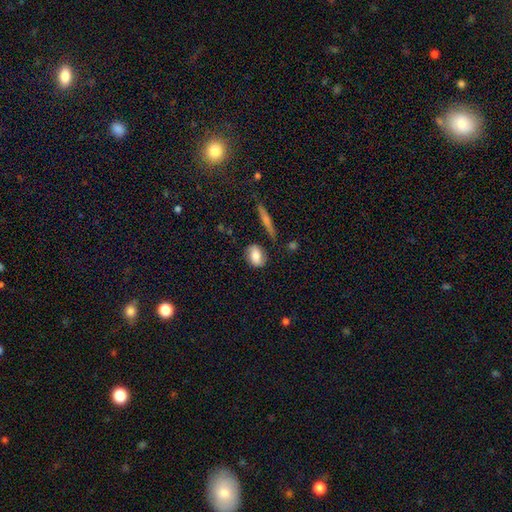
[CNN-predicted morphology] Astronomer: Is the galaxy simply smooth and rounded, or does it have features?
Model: smooth — 70%.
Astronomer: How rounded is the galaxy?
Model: in between — 66%.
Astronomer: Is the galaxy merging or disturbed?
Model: none — 74%.